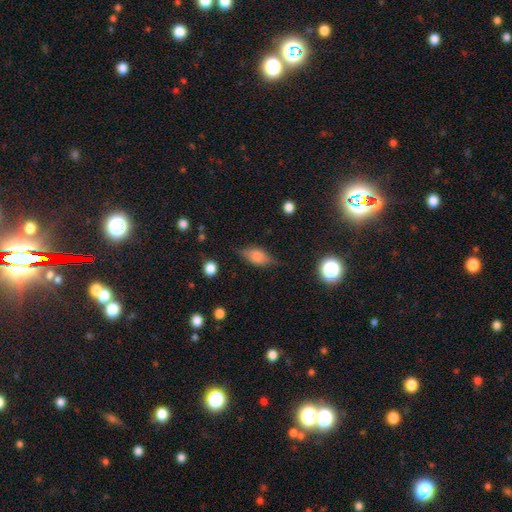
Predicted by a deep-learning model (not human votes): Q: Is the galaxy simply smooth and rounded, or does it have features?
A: smooth — 59%.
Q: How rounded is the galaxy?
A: in between — 77%.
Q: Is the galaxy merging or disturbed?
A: none — 73%.